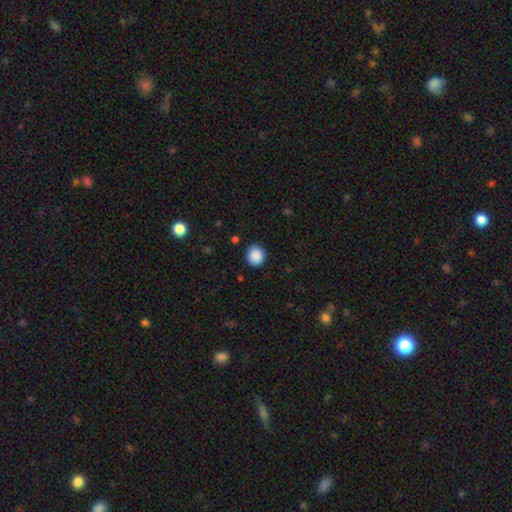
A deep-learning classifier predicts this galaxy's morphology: Smooth or featured: smooth — 89% (star or artifact — 9%)
How rounded: round — 86% (in between — 14%)
Merging: none — 89% (minor disturbance — 8%)